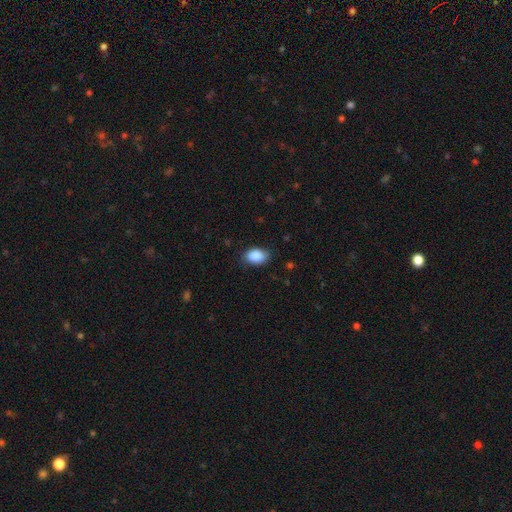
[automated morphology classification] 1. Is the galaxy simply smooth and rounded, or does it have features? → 88% smooth, 7% star or artifact, 5% featured or disk.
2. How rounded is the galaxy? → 85% in between, 13% round, 1% cigar-shaped.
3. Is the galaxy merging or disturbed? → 79% none, 17% minor disturbance, 3% major disturbance, 1% merger.